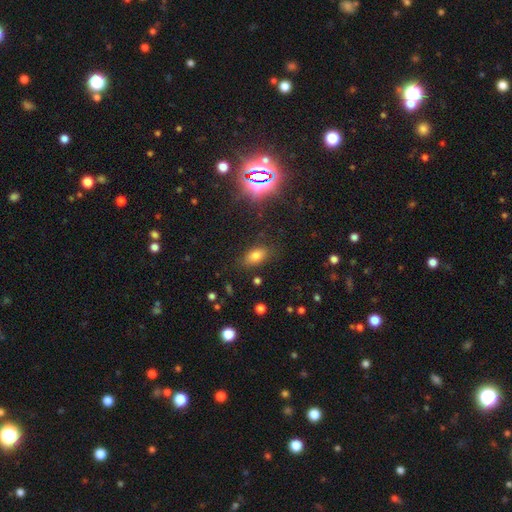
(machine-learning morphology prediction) smooth-or-featured: smooth: 72% | star or artifact: 17% | featured or disk: 11%
  how-rounded: in between: 86% | round: 9% | cigar-shaped: 5%
  merging: none: 81% | minor disturbance: 13% | major disturbance: 4% | merger: 2%